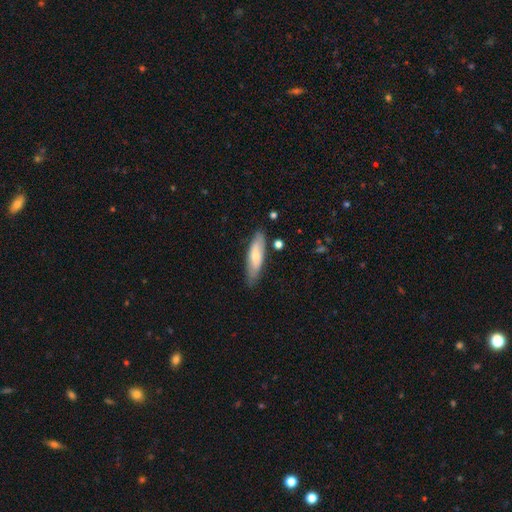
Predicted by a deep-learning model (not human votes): Smooth or featured? Predicted: smooth (p=0.61). How rounded? Predicted: cigar-shaped (p=0.59). Merging? Predicted: none (p=0.78).